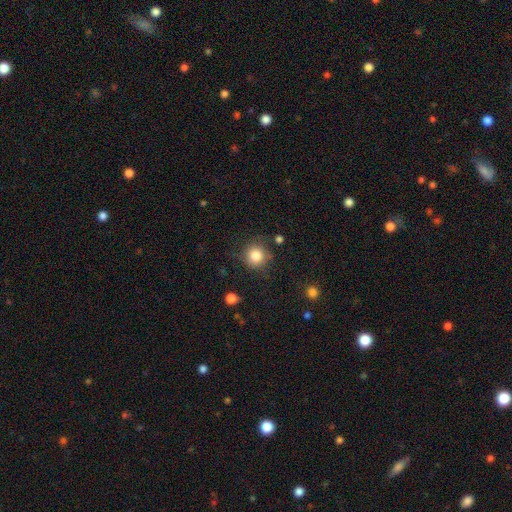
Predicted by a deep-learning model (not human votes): Smooth or featured? smooth (83%)
How rounded? round (93%)
Merging? none (82%)